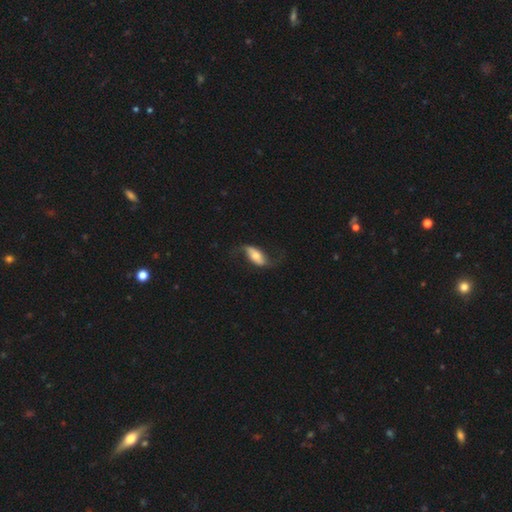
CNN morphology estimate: Q: Smooth or featured?
A: featured or disk (60%); runner-up: smooth (34%)
Q: Edge-on disk?
A: no (87%); runner-up: yes (13%)
Q: Bar?
A: no (43%); runner-up: strong (29%)
Q: Spiral arms?
A: yes (86%); runner-up: no (14%)
Q: Bulge size?
A: moderate (51%); runner-up: small (28%)
Q: Merging?
A: none (62%); runner-up: minor disturbance (20%)